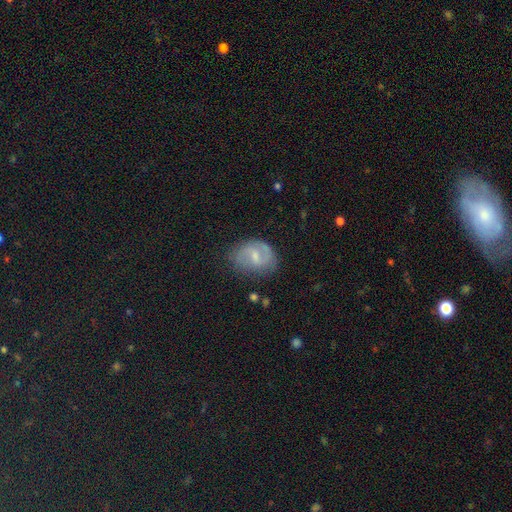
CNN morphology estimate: The model was most divided on "bulge size": small: 53%, moderate: 36%, none: 9%, large: 2%, dominant: 1%. Remaining: edge-on disk — no (97%); spiral arms — yes (85%); spiral arm count — 2 (76%); merging — none (67%); smooth or featured — featured or disk (64%); bar — weak (61%); spiral winding — medium (48%).